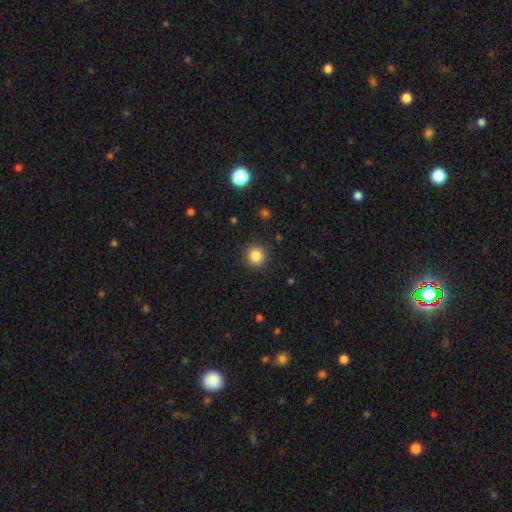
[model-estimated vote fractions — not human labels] A smooth galaxy with no disk features (85%) that is round (94%). Merging: none (90%).